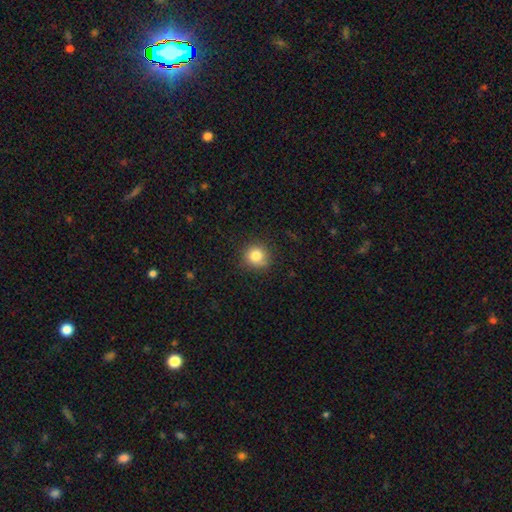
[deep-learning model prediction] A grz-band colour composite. It shows a smooth galaxy with no disk features (82%) that is round (90%). Merging: none (84%).